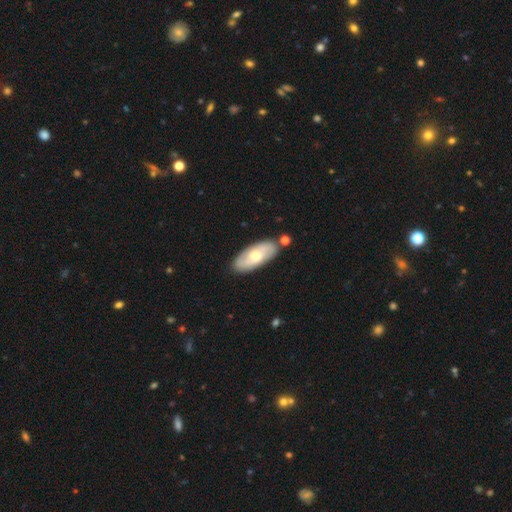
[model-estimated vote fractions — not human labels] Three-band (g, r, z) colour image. It shows a featured or disk galaxy (47%, tied with smooth). Merging: none (81%).